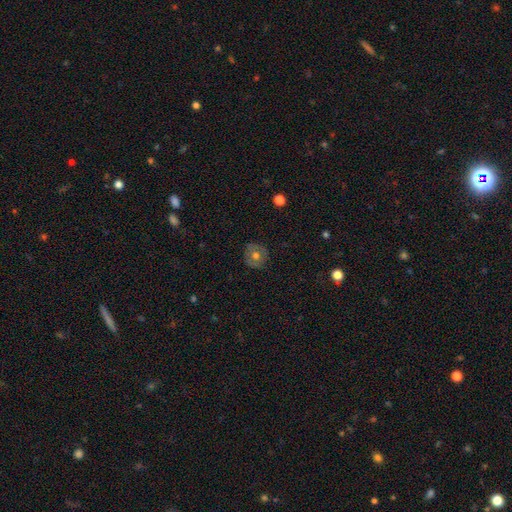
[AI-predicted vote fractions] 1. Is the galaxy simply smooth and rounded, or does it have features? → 54% smooth, 38% featured or disk, 8% star or artifact.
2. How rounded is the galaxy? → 88% round, 11% in between, 1% cigar-shaped.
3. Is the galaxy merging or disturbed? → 85% none, 11% minor disturbance, 3% major disturbance, 1% merger.